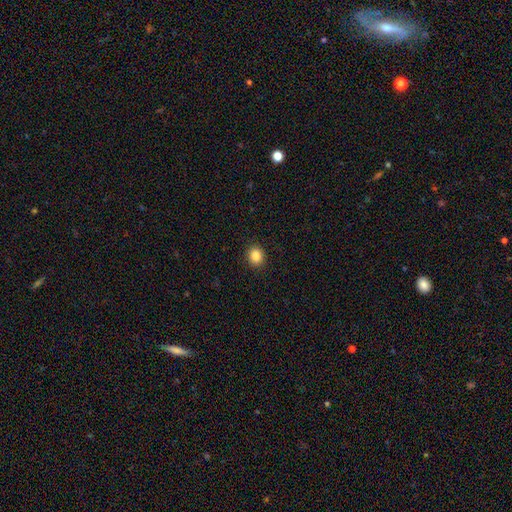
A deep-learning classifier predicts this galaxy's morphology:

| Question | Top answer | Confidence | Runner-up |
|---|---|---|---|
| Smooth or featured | smooth | 86% | star or artifact (10%) |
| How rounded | round | 70% | in between (29%) |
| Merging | none | 91% | minor disturbance (6%) |